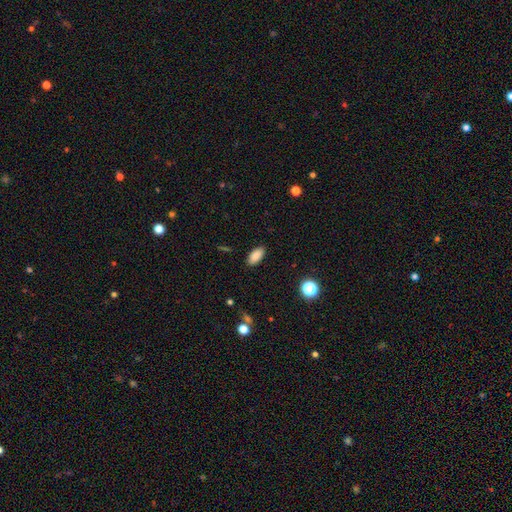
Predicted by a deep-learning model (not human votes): Morphology: type=smooth (86%); roundness=in between (91%); merging=none (89%).